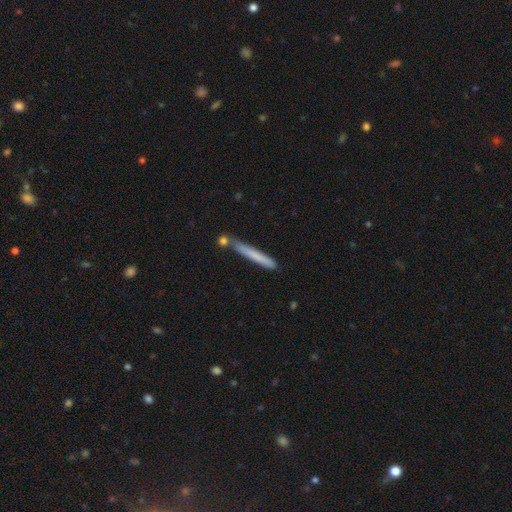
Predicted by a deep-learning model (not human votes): Overall: smooth (68%). How rounded: cigar-shaped (96%). Merging: none (73%).